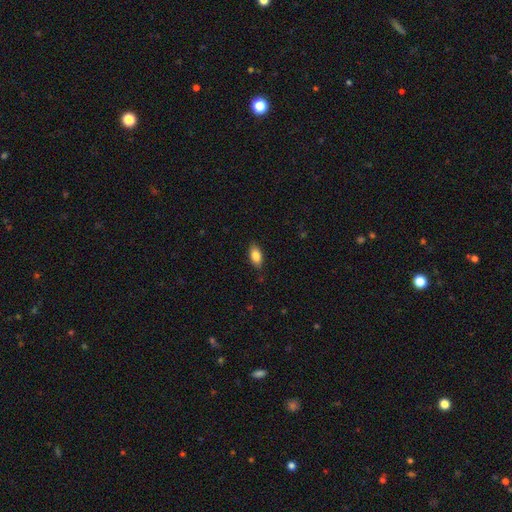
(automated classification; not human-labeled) Smooth or featured? Predicted: smooth (p=0.83). How rounded? Predicted: in between (p=0.90). Merging? Predicted: none (p=0.84).